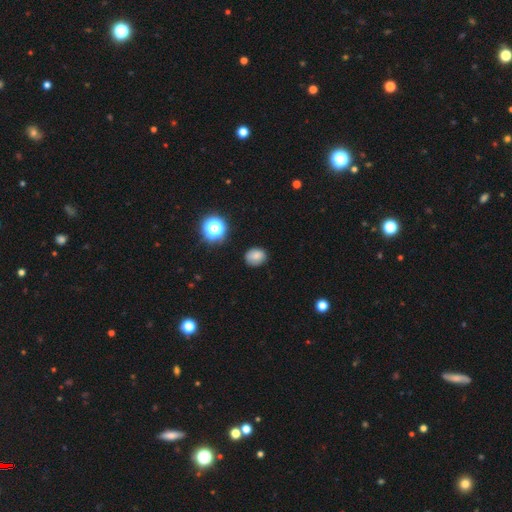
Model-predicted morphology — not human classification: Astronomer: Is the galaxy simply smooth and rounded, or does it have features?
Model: smooth — 80%.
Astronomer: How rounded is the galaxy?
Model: round — 58% (runner-up: in between, 41%).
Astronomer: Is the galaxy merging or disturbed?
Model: none — 78%.